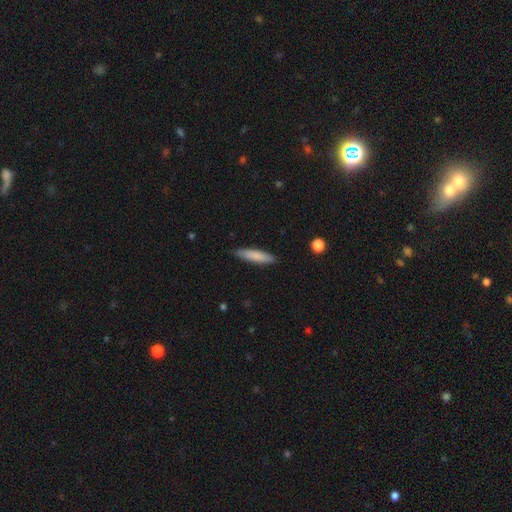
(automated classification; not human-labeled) Smooth or featured?
  - smooth: 82% *
  - featured or disk: 12%
  - star or artifact: 6%
How rounded?
  - cigar-shaped: 81% *
  - in between: 18%
  - round: 1%
Merging?
  - none: 88% *
  - minor disturbance: 9%
  - major disturbance: 2%
  - merger: 1%